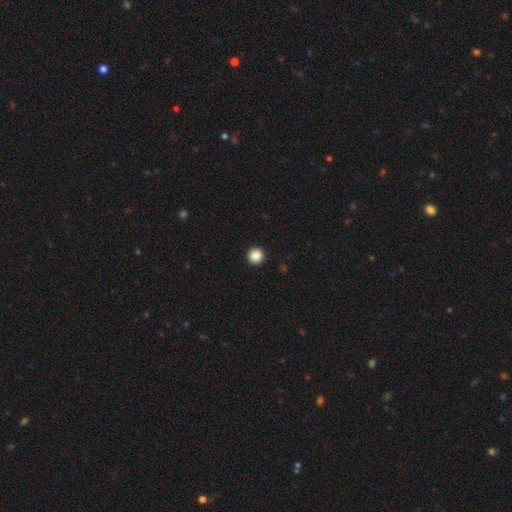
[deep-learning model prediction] Q: Smooth or featured?
A: smooth (87%); runner-up: star or artifact (9%)
Q: How rounded?
A: round (96%); runner-up: in between (3%)
Q: Merging?
A: none (94%); runner-up: minor disturbance (4%)